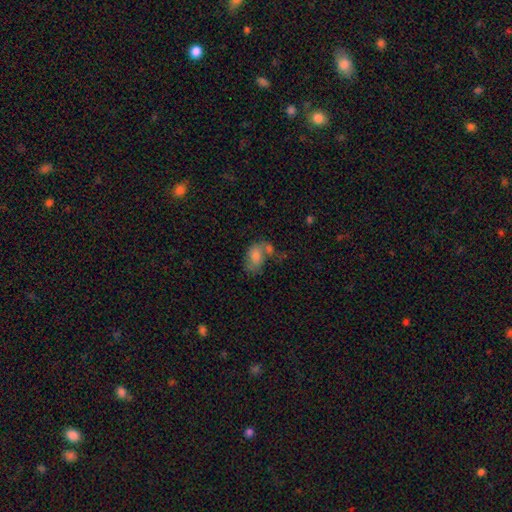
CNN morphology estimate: Q: Smooth or featured?
A: smooth (69%); runner-up: featured or disk (22%)
Q: How rounded?
A: in between (84%); runner-up: round (15%)
Q: Merging?
A: merger (40%); runner-up: none (28%)